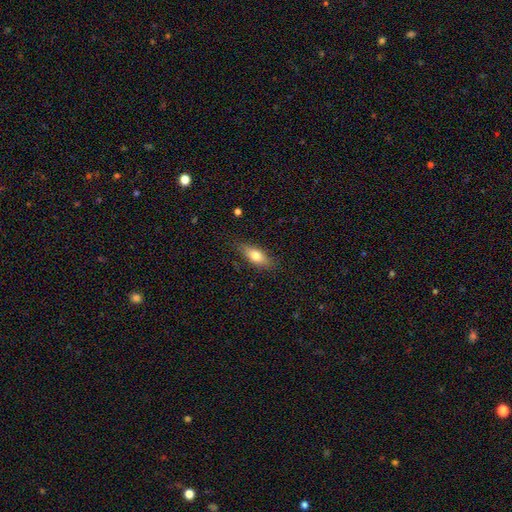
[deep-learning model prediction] smooth 70%, featured or disk 23%, star or artifact 7%. Down the decision tree: how rounded — in between (71%); merging — none (81%).